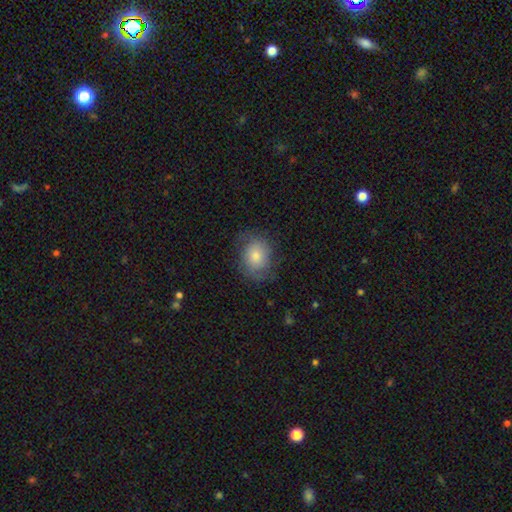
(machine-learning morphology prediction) The model was most divided on "how rounded": round: 58%, in between: 41%, cigar-shaped: 1%. More confident: merging — none (70%); smooth or featured — smooth (64%).